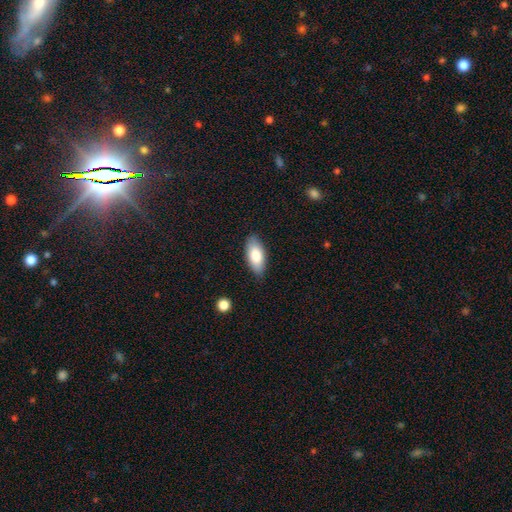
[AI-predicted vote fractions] Smooth or featured? Predicted: smooth (p=0.81). How rounded? Predicted: in between (p=0.89). Merging? Predicted: none (p=0.85).